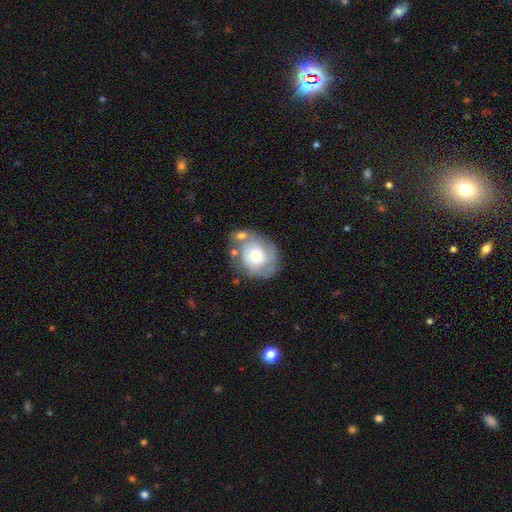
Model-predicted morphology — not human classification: smooth_or_featured: featured or disk (p=0.51) [alt: smooth p=0.41]
disk_edge_on: no (p=0.97) [alt: yes p=0.03]
bar: no (p=0.83) [alt: weak p=0.15]
has_spiral_arms: yes (p=0.73) [alt: no p=0.27]
bulge_size: small (p=0.41) [alt: moderate p=0.27]
merging: none (p=0.53) [alt: minor disturbance p=0.22]